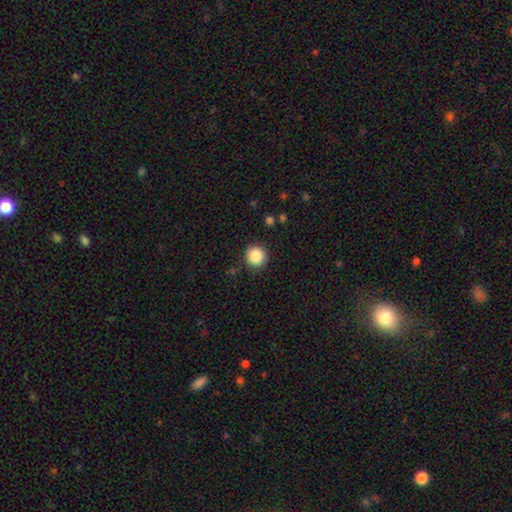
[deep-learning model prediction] This is clearly a smooth galaxy (87%). How rounded: clearly round (94%). Merging: clearly none (90%).